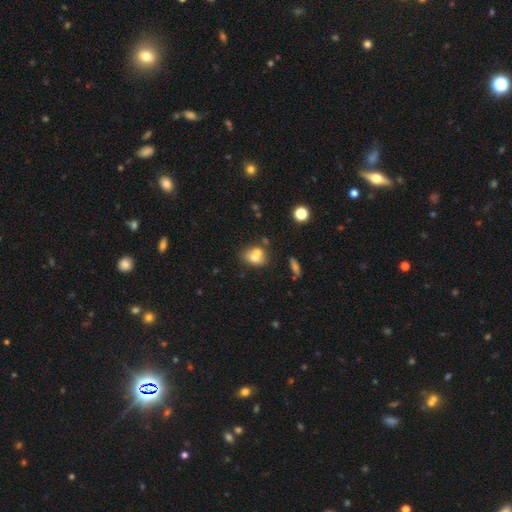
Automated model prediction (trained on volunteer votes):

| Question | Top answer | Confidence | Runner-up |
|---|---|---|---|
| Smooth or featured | smooth | 66% | featured or disk (23%) |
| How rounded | in between | 52% | round (47%) |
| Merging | merger | 52% | none (34%) |